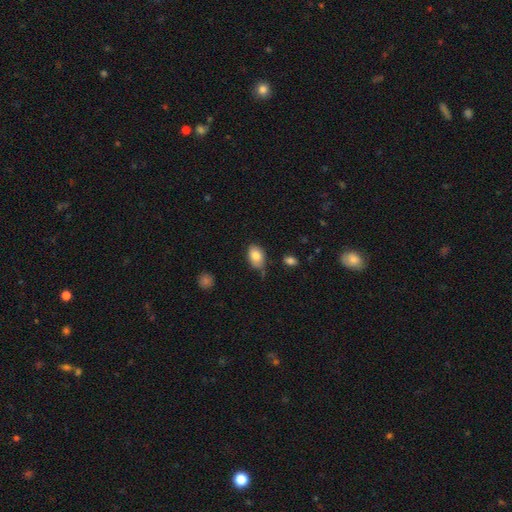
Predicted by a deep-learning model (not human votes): The model was most divided on "merging": none: 64%, minor disturbance: 27%, major disturbance: 5%, merger: 4%. More confident: how rounded — in between (86%); smooth or featured — smooth (83%).